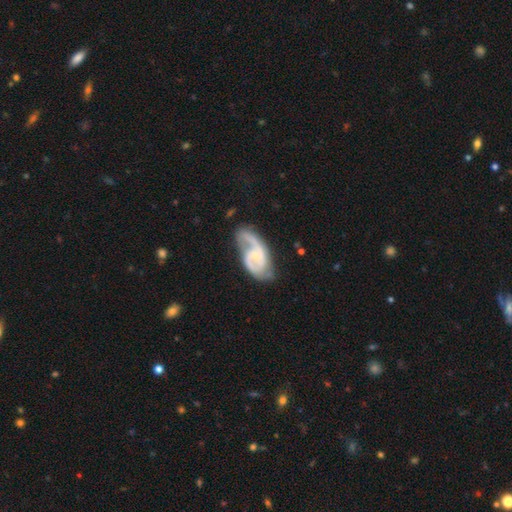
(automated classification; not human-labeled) Smooth or featured?
  - featured or disk: 84% *
  - smooth: 11%
  - star or artifact: 5%
Edge-on disk?
  - no: 97% *
  - yes: 3%
Bar?
  - no: 48% *
  - weak: 41%
  - strong: 11%
Spiral arms?
  - yes: 94% *
  - no: 6%
Spiral winding?
  - medium: 50% *
  - tight: 26%
  - loose: 23%
Spiral arm count?
  - 2: 79% *
  - 1: 10%
  - can't tell: 6%
  - 3: 2%
  - 4: 1%
  - more than 4: 1%
Bulge size?
  - small: 63% *
  - moderate: 23%
  - none: 11%
  - large: 2%
  - dominant: 1%
Merging?
  - none: 54% *
  - minor disturbance: 26%
  - major disturbance: 17%
  - merger: 3%